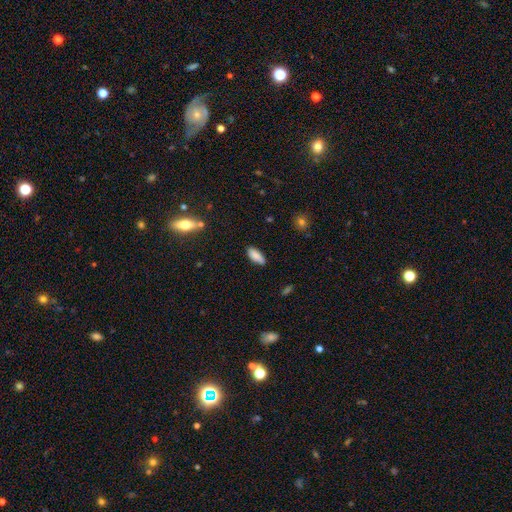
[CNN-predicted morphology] A smooth galaxy with no disk features (86%) that is in between round and cigar-shaped (81%).

Vote fractions:
- Smooth or featured? smooth: 86% / star or artifact: 7% / featured or disk: 6%
- How rounded? in between: 81% / cigar-shaped: 17% / round: 2%
- Merging? none: 84% / minor disturbance: 13% / major disturbance: 2% / merger: 2%